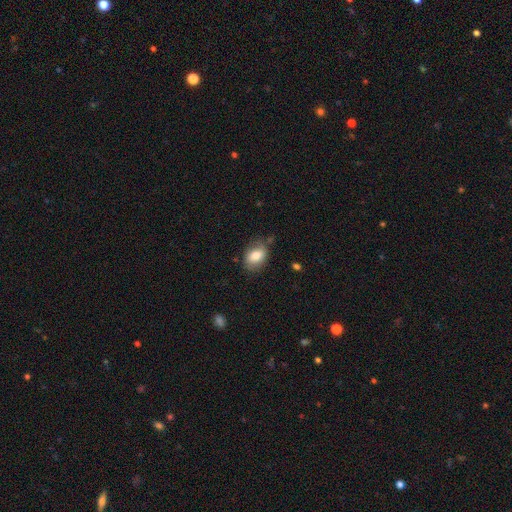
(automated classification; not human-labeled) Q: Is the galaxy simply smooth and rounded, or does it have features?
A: smooth — 79%.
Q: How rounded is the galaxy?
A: in between — 79%.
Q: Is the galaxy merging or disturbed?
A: none — 70%.